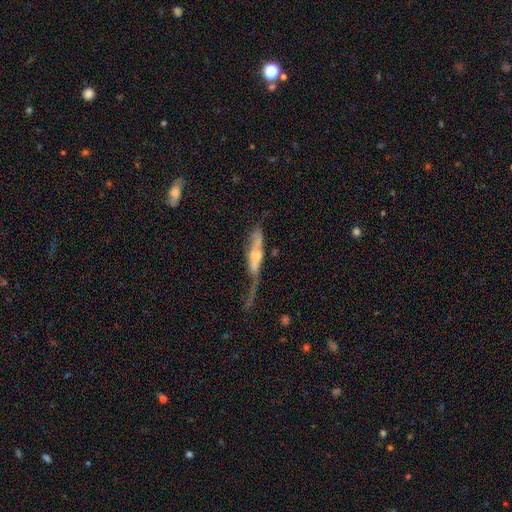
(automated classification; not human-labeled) A featured or disk galaxy (62%) viewed edge-on (63%).

Vote fractions:
- Smooth or featured? featured or disk: 62% / smooth: 31% / star or artifact: 7%
- Edge-on disk? yes: 63% / no: 37%
- Merging? major disturbance: 42% / none: 24% / minor disturbance: 22% / merger: 12%